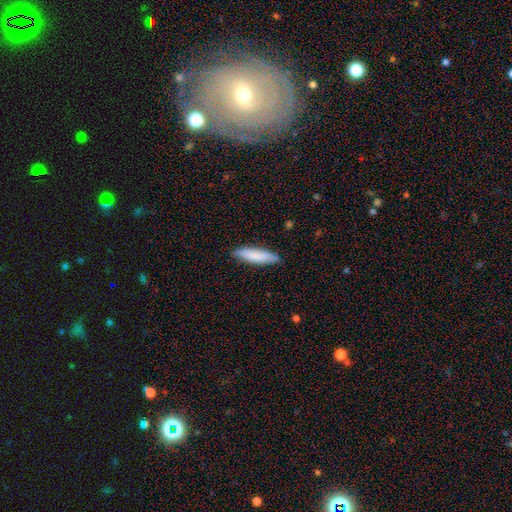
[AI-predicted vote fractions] Smooth or featured: smooth — 80% (featured or disk — 14%)
How rounded: cigar-shaped — 77% (in between — 21%)
Merging: none — 83% (minor disturbance — 13%)